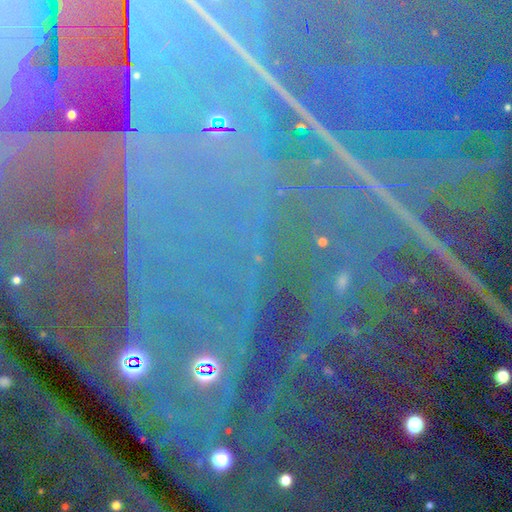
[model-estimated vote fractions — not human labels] This is clearly a star or artifact rather than a galaxy (88%).